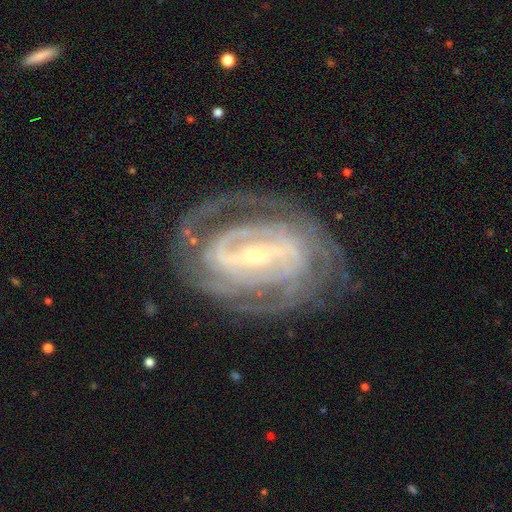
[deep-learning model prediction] Smooth or featured?
  - featured or disk: 90% *
  - star or artifact: 5%
  - smooth: 5%
Edge-on disk?
  - no: 95% *
  - yes: 5%
Bar?
  - strong: 66% *
  - weak: 25%
  - no: 9%
Spiral arms?
  - yes: 96% *
  - no: 4%
Spiral winding?
  - tight: 67% *
  - medium: 27%
  - loose: 6%
Spiral arm count?
  - 2: 32% *
  - can't tell: 26%
  - 3: 16%
  - 4: 13%
  - more than 4: 7%
  - 1: 6%
Bulge size?
  - small: 75% *
  - moderate: 20%
  - large: 2%
  - none: 1%
  - dominant: 1%
Merging?
  - none: 75% *
  - minor disturbance: 15%
  - major disturbance: 9%
  - merger: 1%